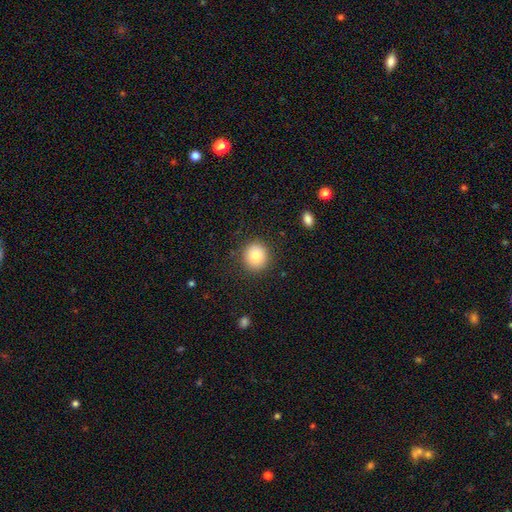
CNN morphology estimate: type=smooth (82%); roundness=round (90%); merging=none (89%).